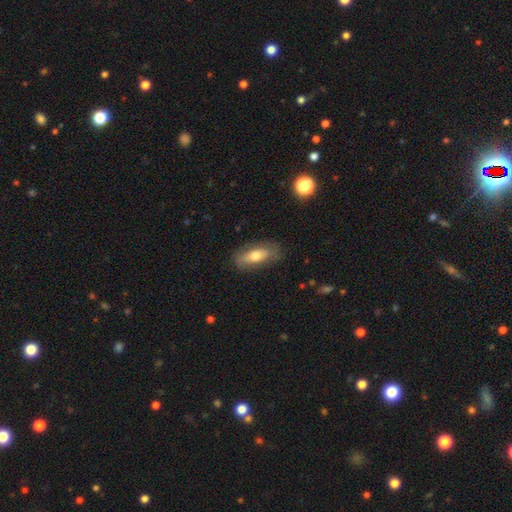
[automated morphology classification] The model was most divided on "smooth or featured": smooth: 59%, featured or disk: 35%, star or artifact: 6%. More confident: merging — none (76%); how rounded — in between (75%).